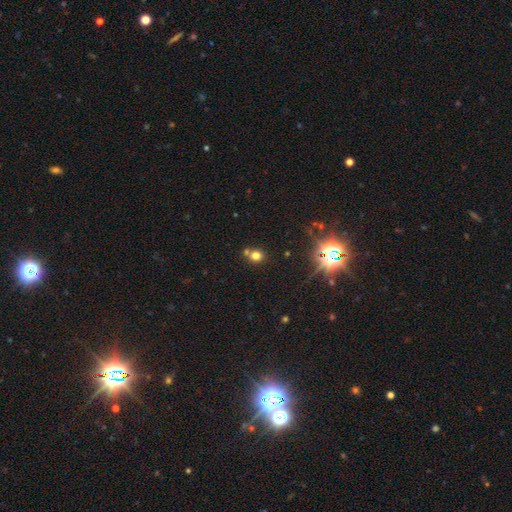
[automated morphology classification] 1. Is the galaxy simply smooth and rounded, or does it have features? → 69% smooth, 22% star or artifact, 9% featured or disk.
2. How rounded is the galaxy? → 79% round, 20% in between, 1% cigar-shaped.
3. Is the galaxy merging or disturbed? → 62% none, 26% merger, 9% minor disturbance, 3% major disturbance.